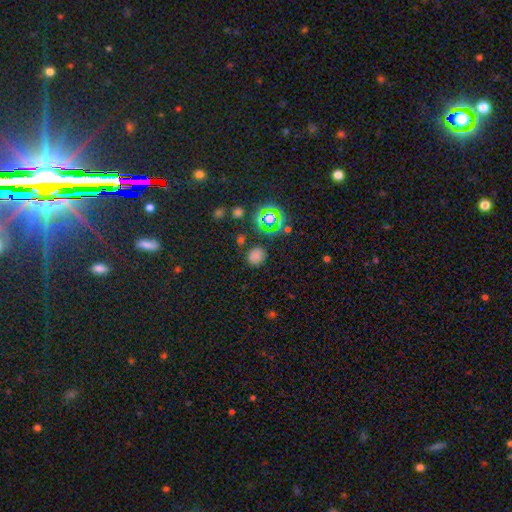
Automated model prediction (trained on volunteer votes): Smooth or featured: smooth — 66% (star or artifact — 27%)
How rounded: round — 80% (in between — 19%)
Merging: none — 80% (minor disturbance — 12%)